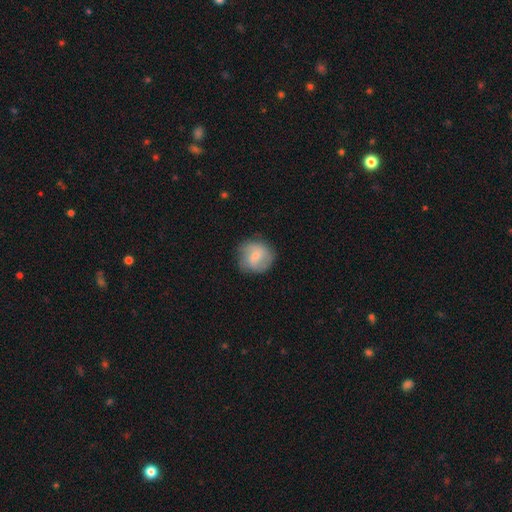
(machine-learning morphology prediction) Smooth or featured? Predicted: smooth (p=0.57). How rounded? Predicted: round (p=0.86). Merging? Predicted: none (p=0.75).